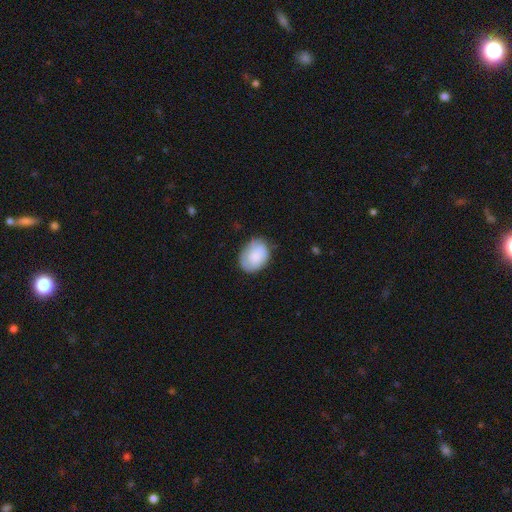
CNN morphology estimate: smooth-or-featured: smooth: 74% | featured or disk: 19% | star or artifact: 7%
  how-rounded: in between: 70% | round: 29% | cigar-shaped: 1%
  merging: none: 66% | minor disturbance: 25% | major disturbance: 7% | merger: 2%